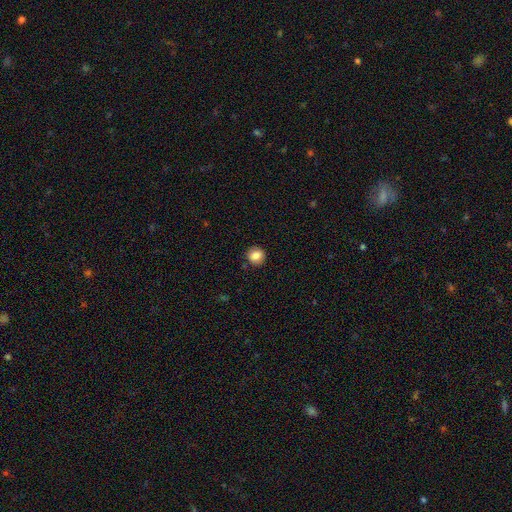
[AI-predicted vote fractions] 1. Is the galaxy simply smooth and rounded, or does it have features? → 85% smooth, 9% star or artifact, 5% featured or disk.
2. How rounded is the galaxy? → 90% round, 9% in between, 1% cigar-shaped.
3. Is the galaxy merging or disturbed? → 89% none, 8% minor disturbance, 2% major disturbance, 1% merger.